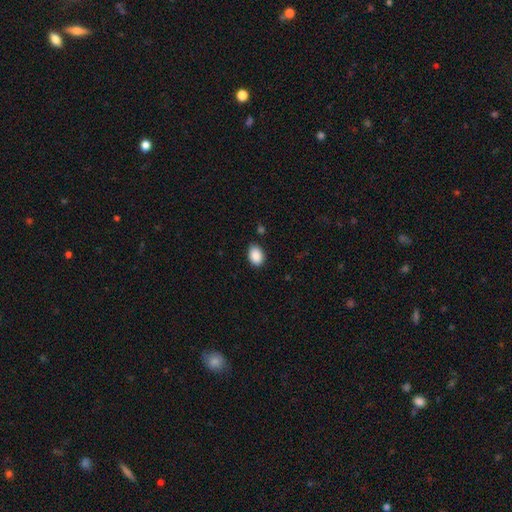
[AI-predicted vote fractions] This appears to be a smooth galaxy with no disk features (89%) that is in between round and cigar-shaped (83%). Merging: none (84%).